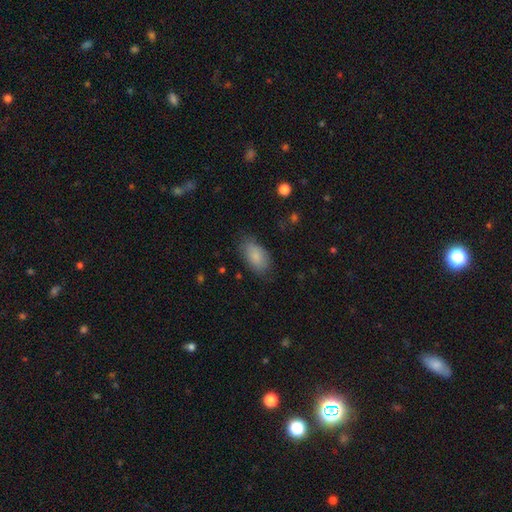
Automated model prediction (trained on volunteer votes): smooth-or-featured: smooth: 84% | featured or disk: 9% | star or artifact: 7%
  how-rounded: in between: 93% | round: 4% | cigar-shaped: 3%
  merging: none: 75% | minor disturbance: 19% | major disturbance: 5% | merger: 1%